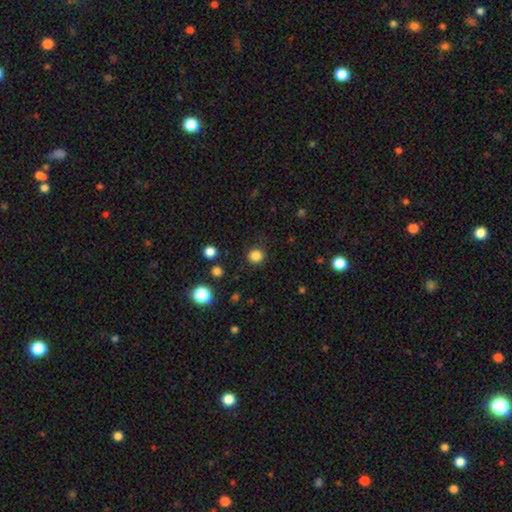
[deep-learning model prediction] Q: Smooth or featured?
A: smooth (83%); runner-up: star or artifact (13%)
Q: How rounded?
A: round (94%); runner-up: in between (5%)
Q: Merging?
A: none (89%); runner-up: minor disturbance (7%)